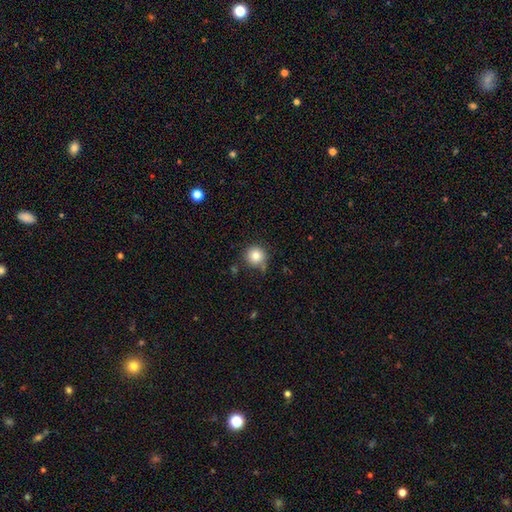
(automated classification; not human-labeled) Smooth or featured: smooth — 83% (star or artifact — 11%)
How rounded: round — 94% (in between — 5%)
Merging: none — 76% (minor disturbance — 15%)